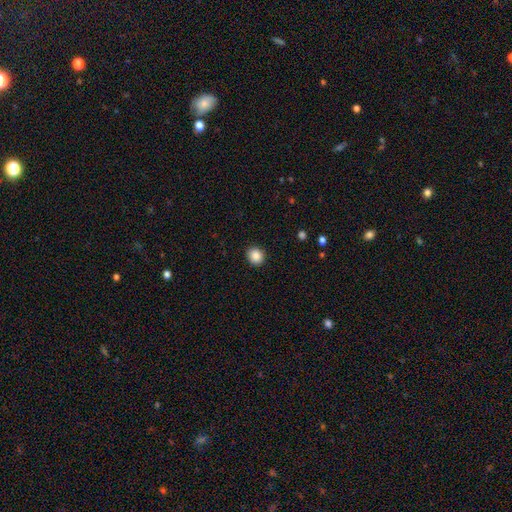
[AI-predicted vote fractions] smooth 87%, star or artifact 9%, featured or disk 4%. Down the decision tree: how rounded — round (88%); merging — none (92%).